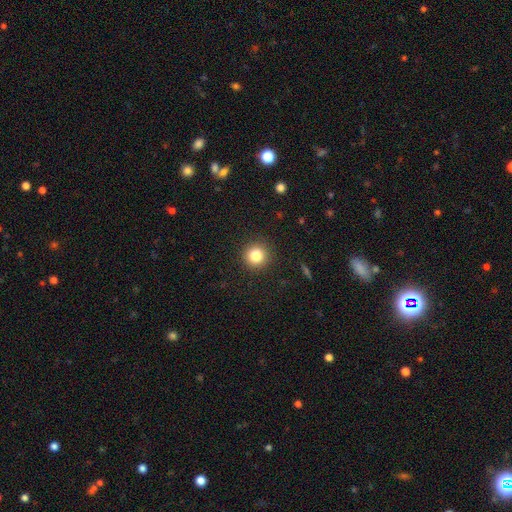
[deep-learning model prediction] Morphology: type=smooth (82%); roundness=round (94%); merging=none (91%).